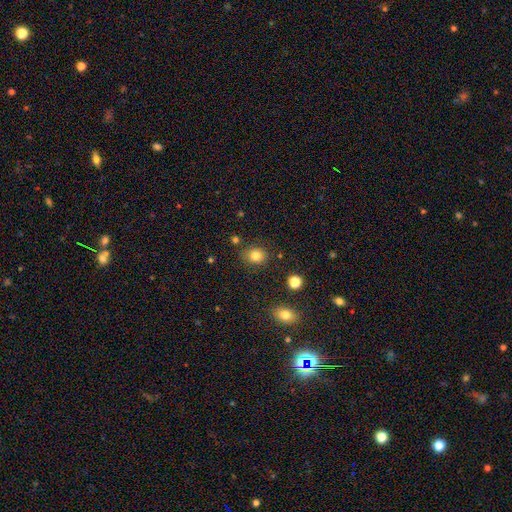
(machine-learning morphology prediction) type=smooth (81%); roundness=round (67%); merging=none (83%).